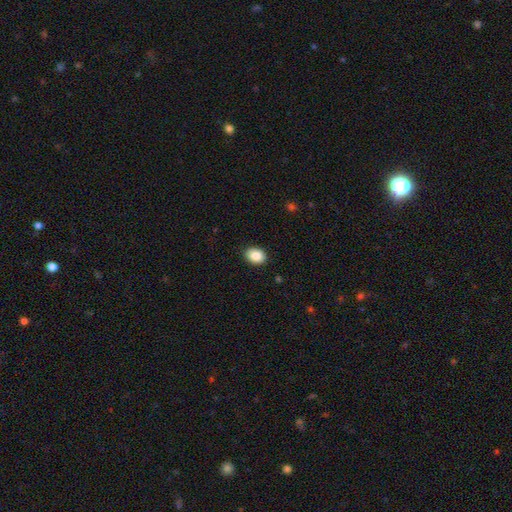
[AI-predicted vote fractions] Smooth or featured? smooth (87%)
How rounded? in between (68%)
Merging? none (89%)